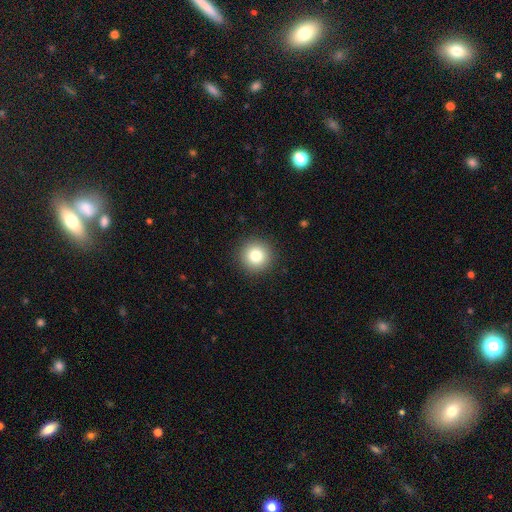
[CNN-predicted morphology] Smooth or featured? Predicted: smooth (p=0.81). How rounded? Predicted: round (p=0.95). Merging? Predicted: none (p=0.92).